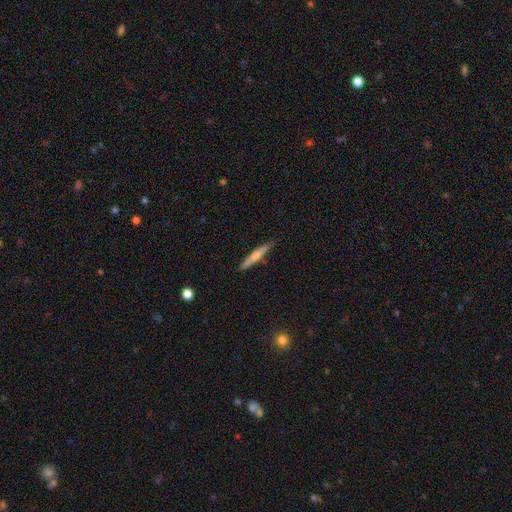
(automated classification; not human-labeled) smooth_or_featured: featured or disk (p=0.57) [alt: smooth p=0.37]
disk_edge_on: yes (p=0.97) [alt: no p=0.03]
edge_on_bulge: rounded (p=0.80) [alt: none p=0.14]
merging: none (p=0.89) [alt: minor disturbance p=0.08]